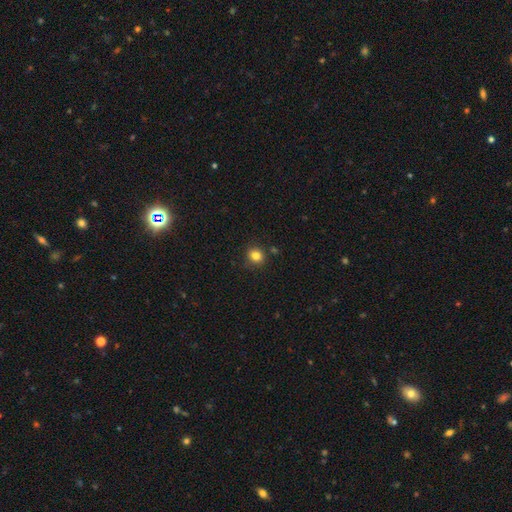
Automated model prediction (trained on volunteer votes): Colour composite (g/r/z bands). It shows a smooth galaxy with no disk features (83%) that is round (77%). Merging: none (83%).